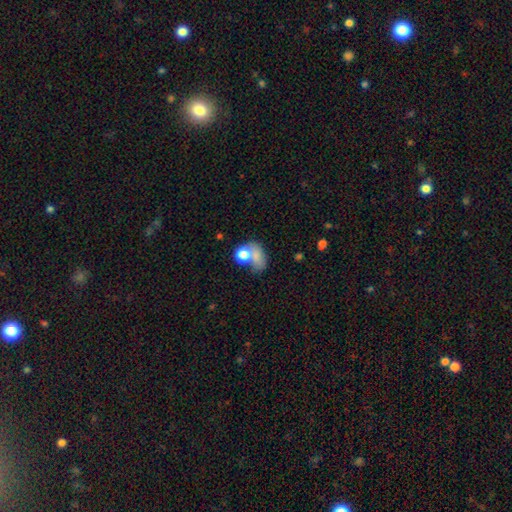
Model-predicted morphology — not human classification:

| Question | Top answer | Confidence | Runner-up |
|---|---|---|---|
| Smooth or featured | smooth | 71% | featured or disk (15%) |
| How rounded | in between | 63% | round (35%) |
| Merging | merger | 39% | none (30%) |